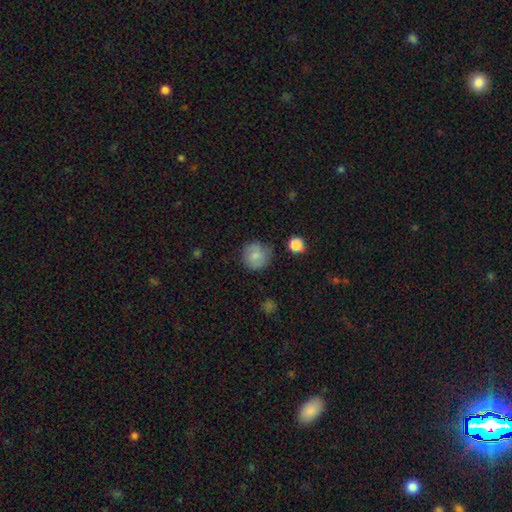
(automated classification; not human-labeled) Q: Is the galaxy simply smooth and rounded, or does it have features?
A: smooth — 81%.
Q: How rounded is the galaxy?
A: round — 93%.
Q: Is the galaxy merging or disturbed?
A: none — 80%.